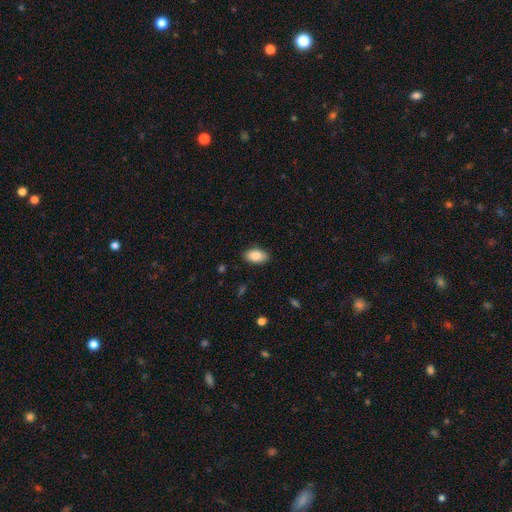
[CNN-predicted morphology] A smooth galaxy with no disk features (87%) that is in between round and cigar-shaped (93%). Merging: none (87%).